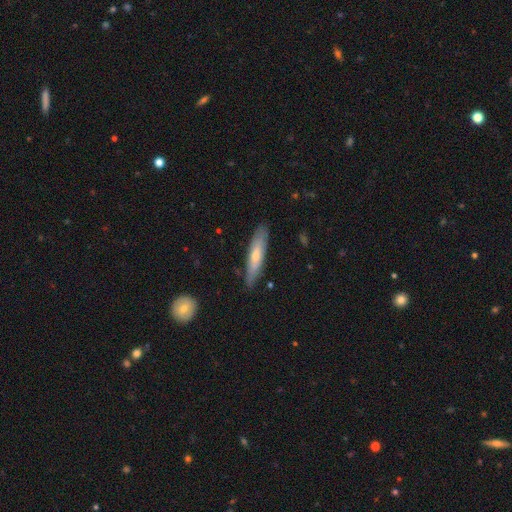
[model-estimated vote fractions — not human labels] A smooth galaxy with no disk features (53%) that is cigar-shaped (81%). Merging: none (83%).